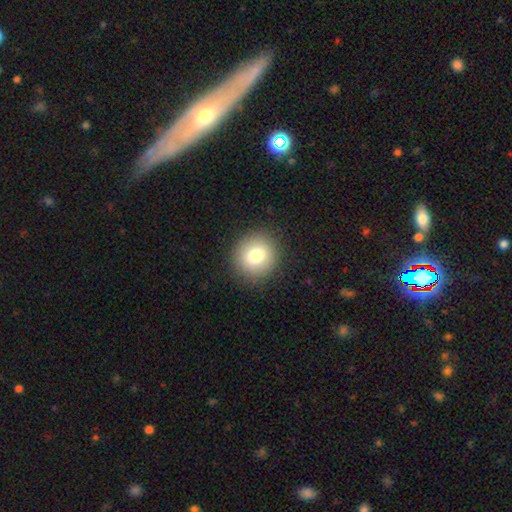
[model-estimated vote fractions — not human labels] Smooth or featured?
  - smooth: 78% *
  - featured or disk: 12%
  - star or artifact: 10%
How rounded?
  - round: 88% *
  - in between: 11%
  - cigar-shaped: 1%
Merging?
  - none: 90% *
  - minor disturbance: 7%
  - major disturbance: 3%
  - merger: 1%